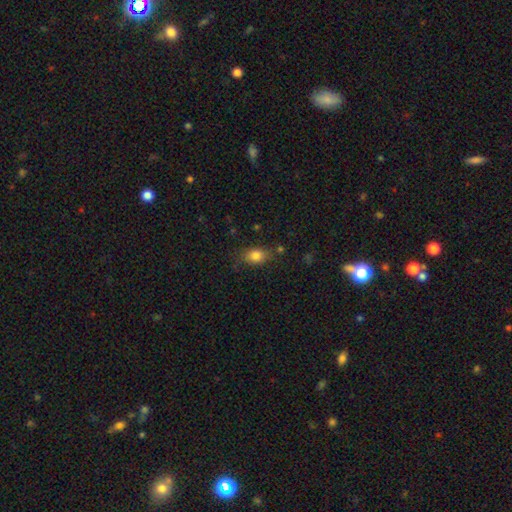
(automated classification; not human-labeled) A smooth galaxy with no disk features (82%) that is in between round and cigar-shaped (74%). Merging: none (75%).